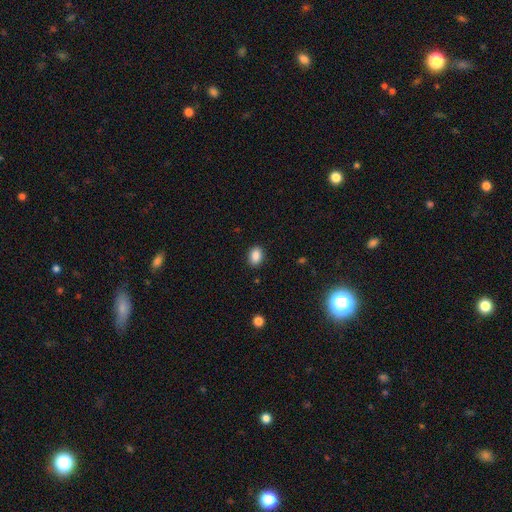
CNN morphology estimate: Smooth or featured? Predicted: smooth (p=0.87). How rounded? Predicted: in between (p=0.73). Merging? Predicted: none (p=0.89).